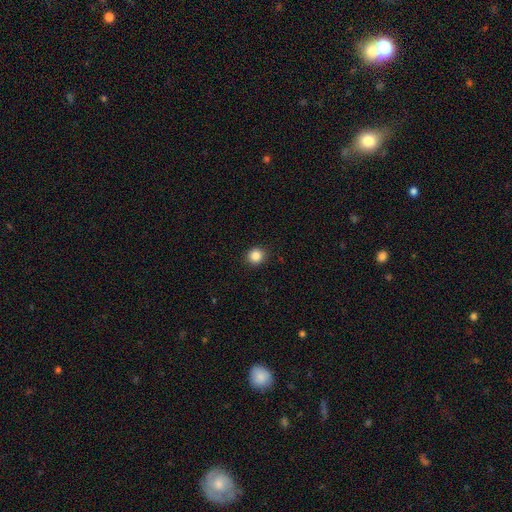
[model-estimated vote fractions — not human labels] smooth_or_featured: smooth (p=0.86) [alt: star or artifact p=0.10]
how_rounded: round (p=0.89) [alt: in between p=0.10]
merging: none (p=0.91) [alt: minor disturbance p=0.06]